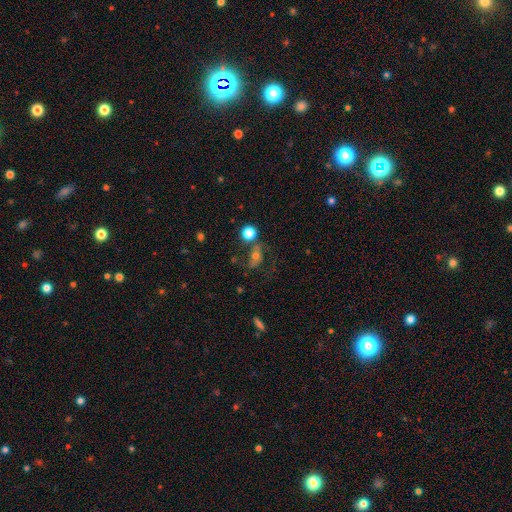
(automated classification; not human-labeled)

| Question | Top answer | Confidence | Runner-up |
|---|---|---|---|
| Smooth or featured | smooth | 51% | featured or disk (31%) |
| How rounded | in between | 48% | tied: round (48%) |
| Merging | none | 47% | major disturbance (19%) |